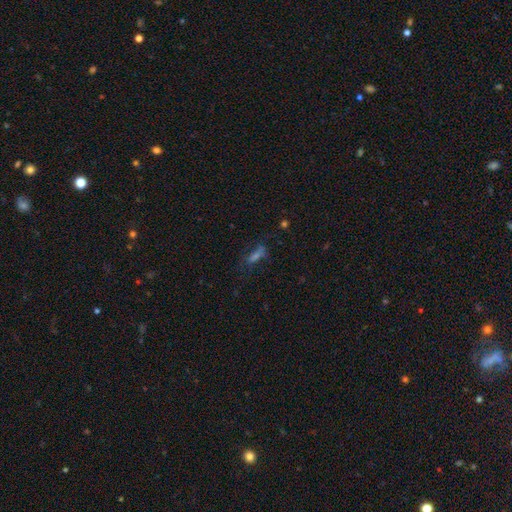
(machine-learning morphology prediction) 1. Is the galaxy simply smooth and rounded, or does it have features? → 43% smooth, 32% star or artifact, 25% featured or disk.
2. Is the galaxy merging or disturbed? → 59% none, 20% minor disturbance, 16% major disturbance, 5% merger.